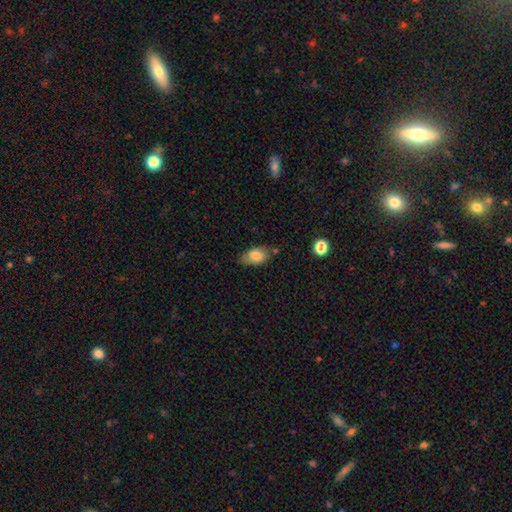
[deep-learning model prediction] A smooth galaxy with no disk features (79%) that is in between round and cigar-shaped (89%).

Vote fractions:
- Smooth or featured? smooth: 79% / featured or disk: 13% / star or artifact: 8%
- How rounded? in between: 89% / round: 9% / cigar-shaped: 2%
- Merging? none: 65% / minor disturbance: 24% / major disturbance: 6% / merger: 5%